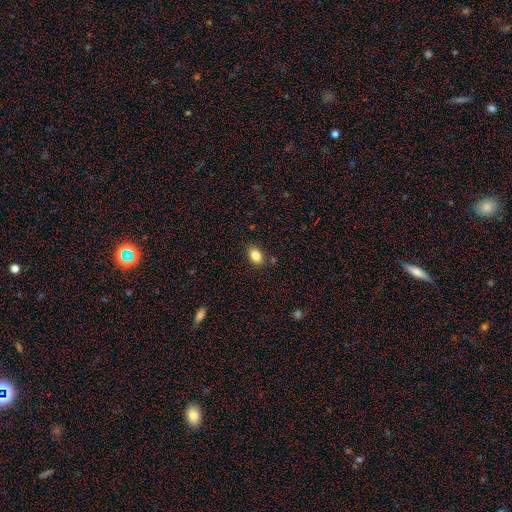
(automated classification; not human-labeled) Smooth or featured? Predicted: smooth (p=0.85). How rounded? Predicted: in between (p=0.75). Merging? Predicted: none (p=0.83).